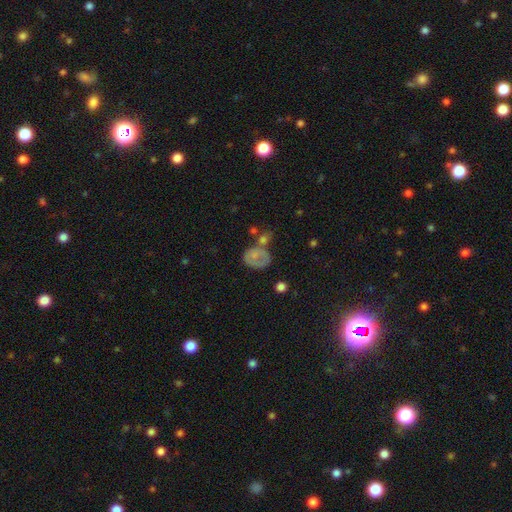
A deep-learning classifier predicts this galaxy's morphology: A smooth galaxy with no disk features (60%) that is in between round and cigar-shaped (60%).

Vote fractions:
- Smooth or featured? smooth: 60% / featured or disk: 30% / star or artifact: 10%
- How rounded? in between: 60% / round: 38% / cigar-shaped: 1%
- Merging? none: 35% / merger: 24% / minor disturbance: 22% / major disturbance: 19%